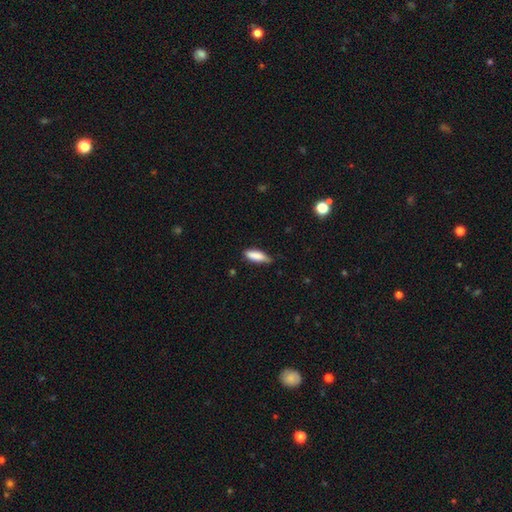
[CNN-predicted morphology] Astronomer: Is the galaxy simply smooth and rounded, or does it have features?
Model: smooth — 85%.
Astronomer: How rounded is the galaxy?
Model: in between — 57% (runner-up: cigar-shaped, 41%).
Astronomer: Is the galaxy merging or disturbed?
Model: none — 65%.